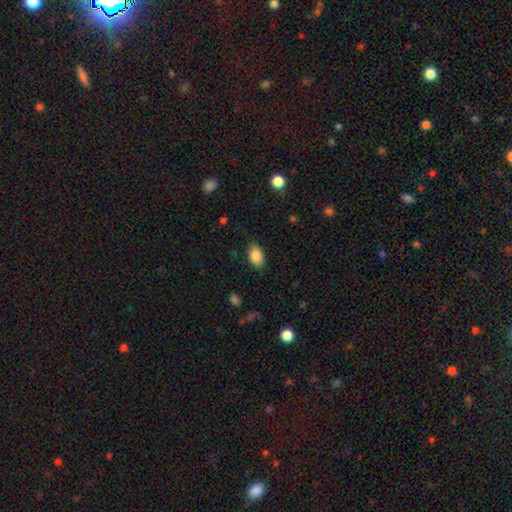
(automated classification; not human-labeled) Morphology: type=smooth (87%); roundness=in between (91%); merging=none (83%).